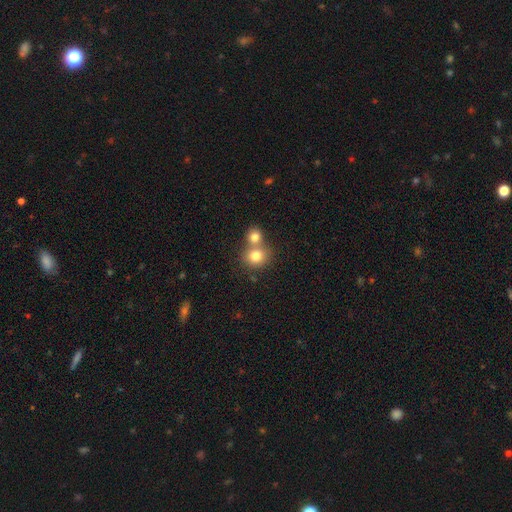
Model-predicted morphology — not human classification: smooth_or_featured: smooth (p=0.79) [alt: star or artifact p=0.11]
how_rounded: round (p=0.82) [alt: in between p=0.17]
merging: merger (p=0.48) [alt: none p=0.43]